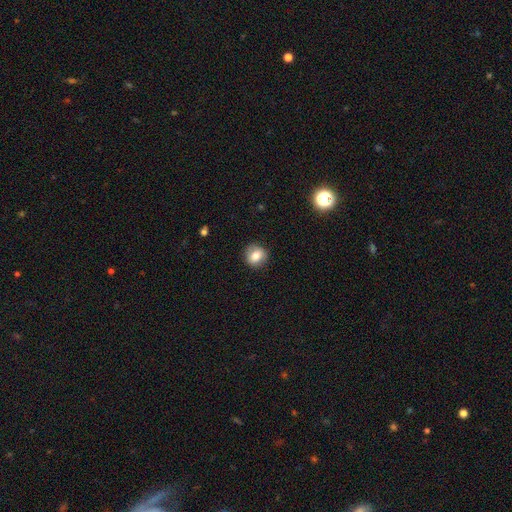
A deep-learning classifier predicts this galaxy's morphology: smooth 79%, featured or disk 12%, star or artifact 9%. Down the decision tree: how rounded — round (82%); merging — none (87%).